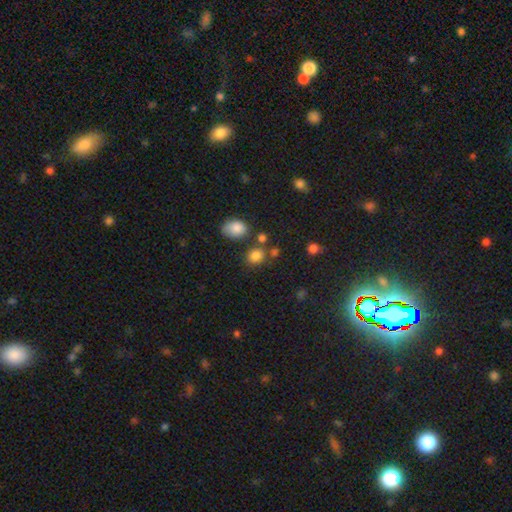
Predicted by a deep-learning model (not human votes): smooth-or-featured: smooth: 82% | star or artifact: 13% | featured or disk: 6%
  how-rounded: round: 61% | in between: 38% | cigar-shaped: 1%
  merging: none: 69% | merger: 14% | minor disturbance: 13% | major disturbance: 5%